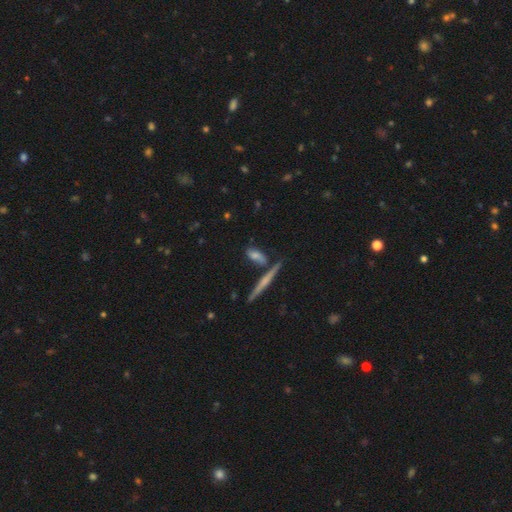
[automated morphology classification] Q: Smooth or featured?
A: smooth (52%); runner-up: featured or disk (38%)
Q: How rounded?
A: in between (50%); runner-up: cigar-shaped (44%)
Q: Merging?
A: none (66%); runner-up: merger (16%)